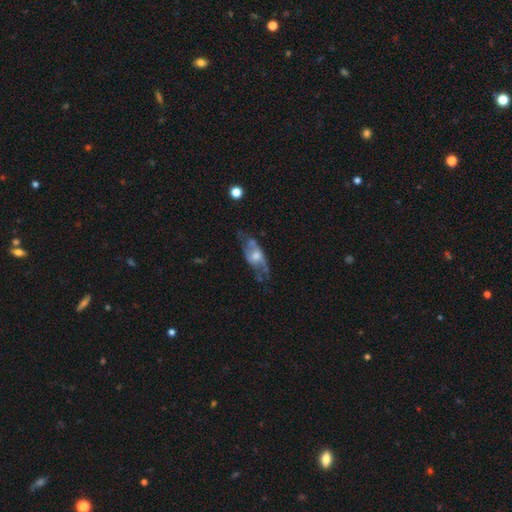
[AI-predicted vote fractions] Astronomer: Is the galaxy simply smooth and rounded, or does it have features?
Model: featured or disk — 66%.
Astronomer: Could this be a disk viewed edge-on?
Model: no — 80%.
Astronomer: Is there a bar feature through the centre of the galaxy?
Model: no — 66%.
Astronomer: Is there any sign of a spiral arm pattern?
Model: yes — 59% (runner-up: no, 41%).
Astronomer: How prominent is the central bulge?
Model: moderate — 55%.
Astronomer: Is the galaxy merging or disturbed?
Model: none — 45% (runner-up: minor disturbance, 26%).